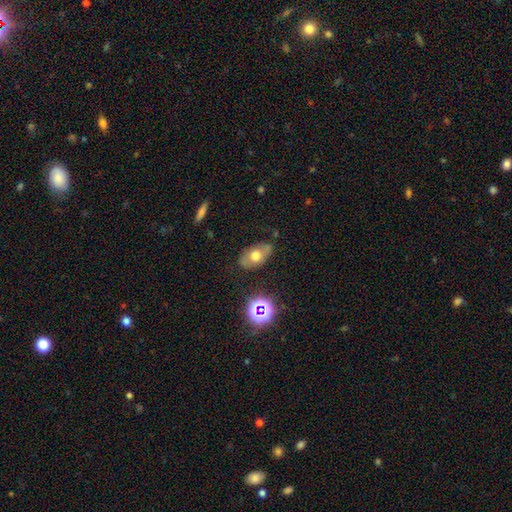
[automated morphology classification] smooth-or-featured: smooth: 56% | featured or disk: 32% | star or artifact: 12%
  how-rounded: in between: 86% | round: 12% | cigar-shaped: 2%
  merging: none: 76% | minor disturbance: 17% | major disturbance: 5% | merger: 2%